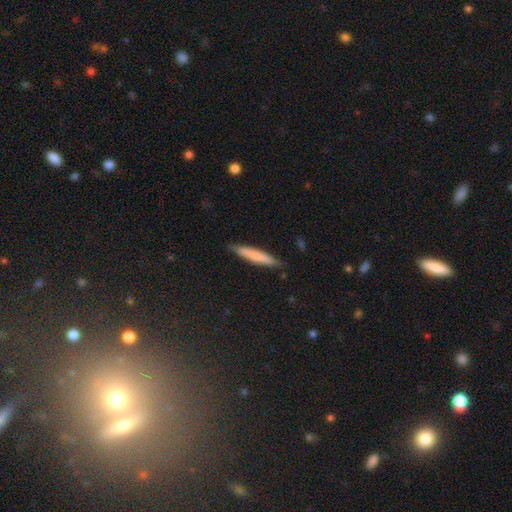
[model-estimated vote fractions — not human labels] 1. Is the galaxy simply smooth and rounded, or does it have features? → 70% smooth, 24% featured or disk, 6% star or artifact.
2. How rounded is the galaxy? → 92% cigar-shaped, 6% in between, 1% round.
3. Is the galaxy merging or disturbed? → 86% none, 11% minor disturbance, 2% major disturbance, 1% merger.